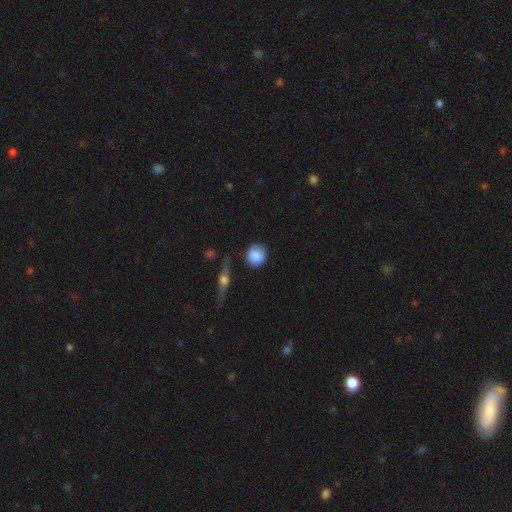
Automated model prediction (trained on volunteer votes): Smooth or featured? smooth (84%)
How rounded? round (86%)
Merging? none (79%)